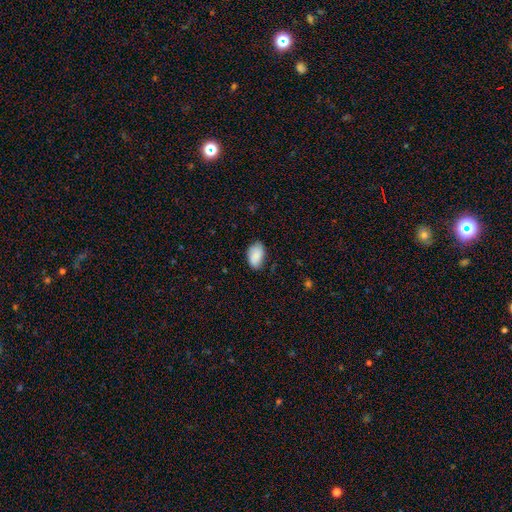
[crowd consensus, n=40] Morphology: type=smooth (80%); roundness=in between (97%); merging=none (64%).